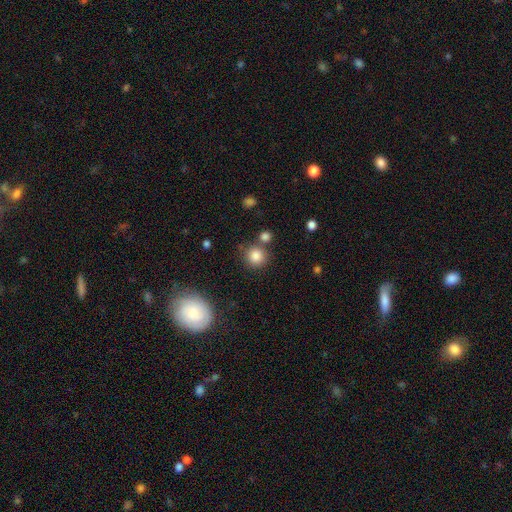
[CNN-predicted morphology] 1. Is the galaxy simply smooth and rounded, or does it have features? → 84% smooth, 11% star or artifact, 5% featured or disk.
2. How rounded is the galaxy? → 91% round, 8% in between, 1% cigar-shaped.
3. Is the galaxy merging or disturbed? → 76% none, 12% merger, 9% minor disturbance, 3% major disturbance.